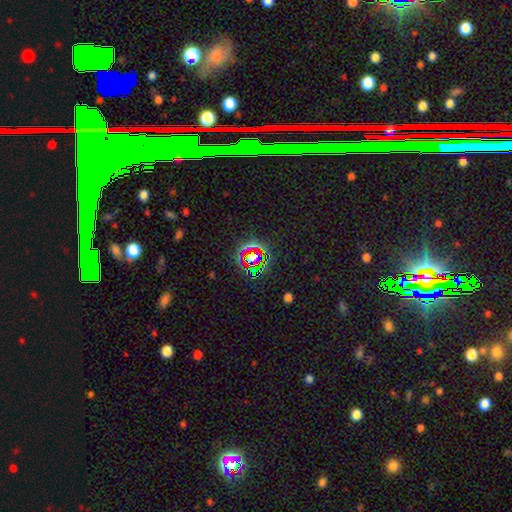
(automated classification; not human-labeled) Morphology: type=star or artifact (72%).